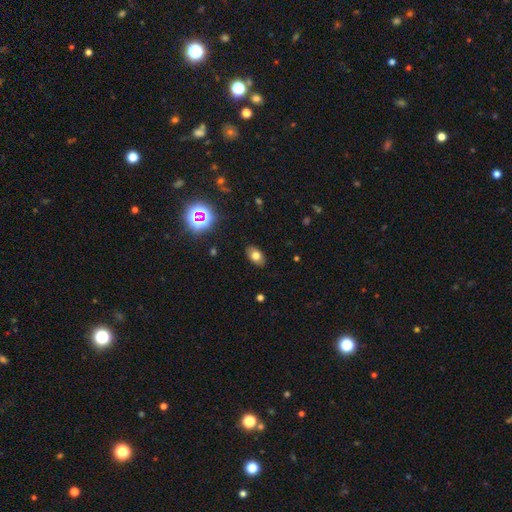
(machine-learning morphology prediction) Overall: smooth (72%). How rounded: in between (87%). Merging: none (87%).